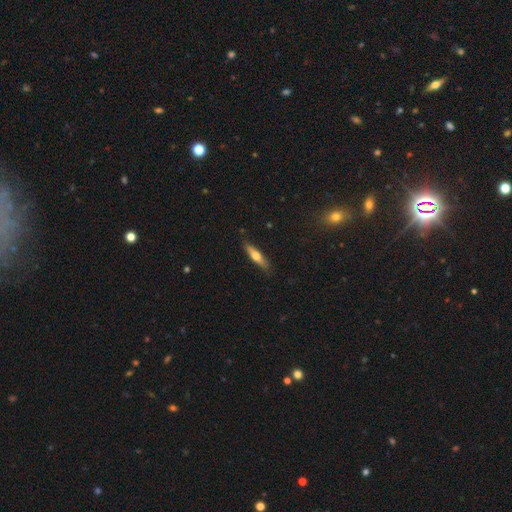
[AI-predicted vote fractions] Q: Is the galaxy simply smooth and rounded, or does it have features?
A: smooth — 54%.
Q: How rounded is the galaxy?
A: cigar-shaped — 79%.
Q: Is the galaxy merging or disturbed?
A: none — 85%.